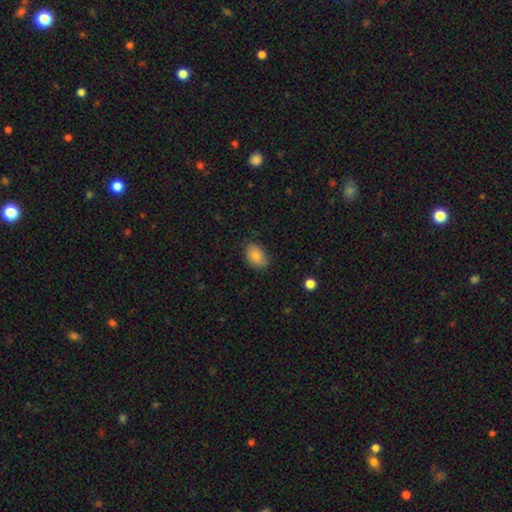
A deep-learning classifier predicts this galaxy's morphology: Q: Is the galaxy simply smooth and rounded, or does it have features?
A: smooth — 81%.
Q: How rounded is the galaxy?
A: in between — 80%.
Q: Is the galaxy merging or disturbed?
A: none — 70%.